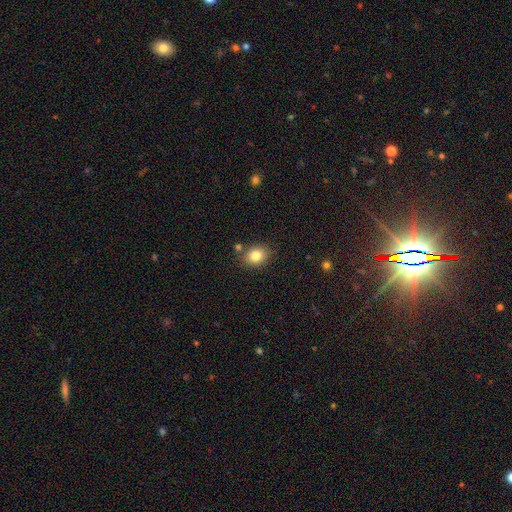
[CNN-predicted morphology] smooth 83%, star or artifact 10%, featured or disk 7%. Down the decision tree: how rounded — round (50%); merging — none (80%).